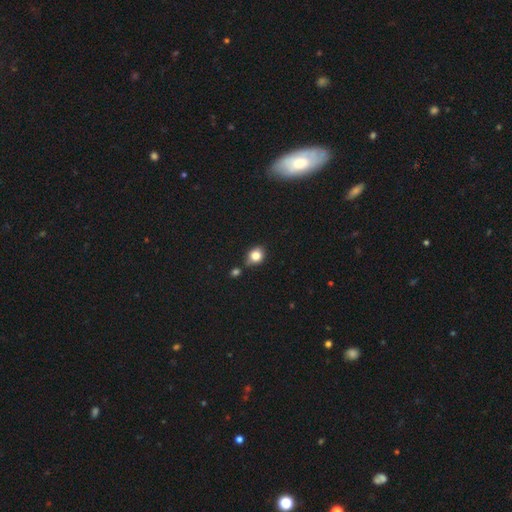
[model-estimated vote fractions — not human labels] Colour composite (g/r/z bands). It shows a smooth galaxy with no disk features (81%) that is round (62%). Merging: none (62%).